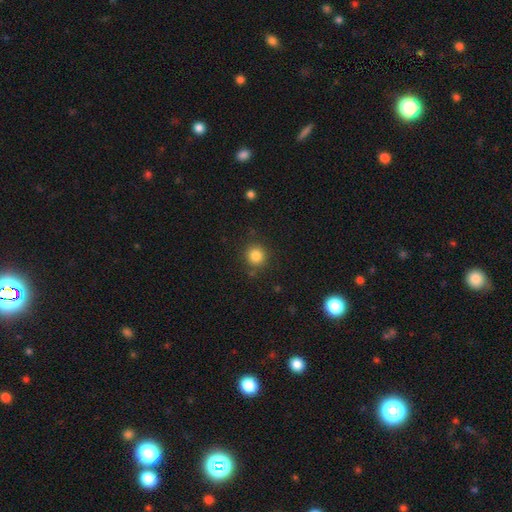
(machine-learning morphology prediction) smooth-or-featured: smooth: 83% | star or artifact: 12% | featured or disk: 5%
  how-rounded: round: 91% | in between: 8% | cigar-shaped: 1%
  merging: none: 86% | minor disturbance: 9% | major disturbance: 3% | merger: 2%